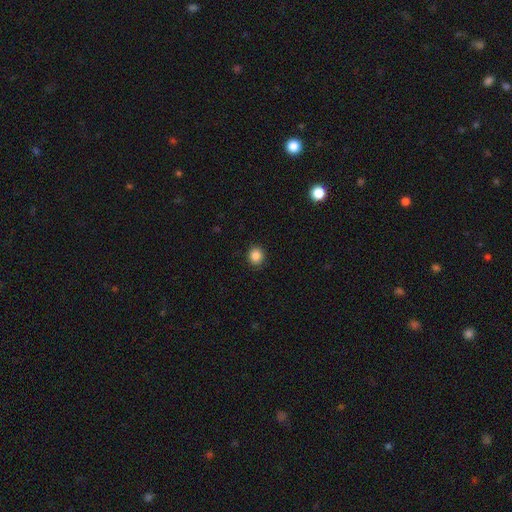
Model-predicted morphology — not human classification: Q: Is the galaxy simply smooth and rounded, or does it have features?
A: smooth — 86%.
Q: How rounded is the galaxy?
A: round — 83%.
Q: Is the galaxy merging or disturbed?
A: none — 91%.